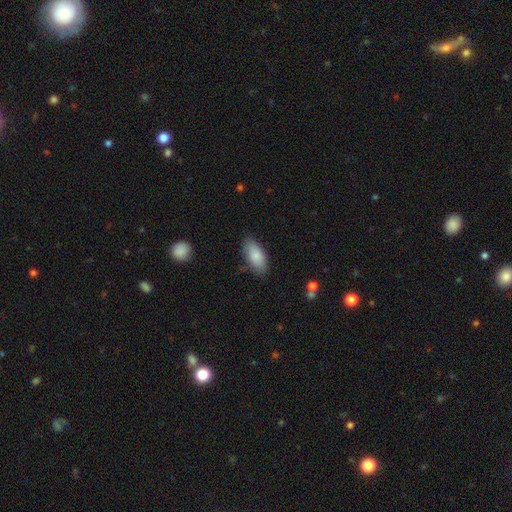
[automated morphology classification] This appears to be a smooth galaxy with no disk features (86%) that is in between round and cigar-shaped (90%). Merging: none (81%).